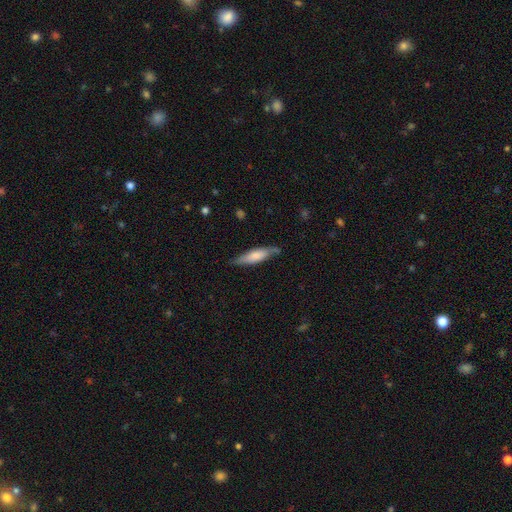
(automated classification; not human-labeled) This is likely a smooth galaxy (63%). How rounded: likely cigar-shaped (66%). Merging: likely none (73%).